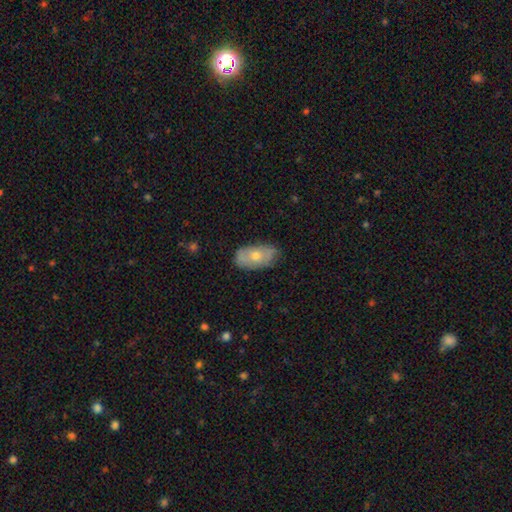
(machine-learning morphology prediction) A smooth galaxy with no disk features (56%) that is in between round and cigar-shaped (91%). Merging: none (76%).